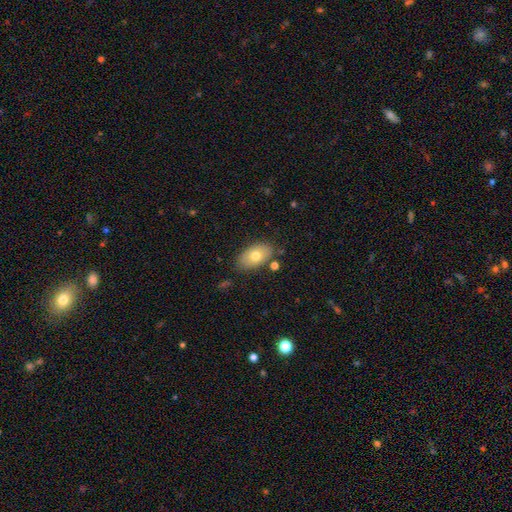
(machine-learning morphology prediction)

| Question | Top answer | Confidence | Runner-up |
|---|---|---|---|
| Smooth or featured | smooth | 73% | featured or disk (20%) |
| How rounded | in between | 91% | round (7%) |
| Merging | none | 79% | minor disturbance (14%) |